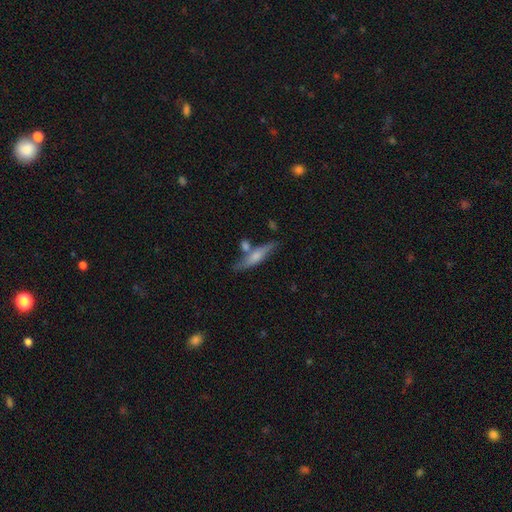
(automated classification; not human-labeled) smooth 50%, featured or disk 43%, star or artifact 6%. Down the decision tree: how rounded — cigar-shaped (77%); merging — none (63%).